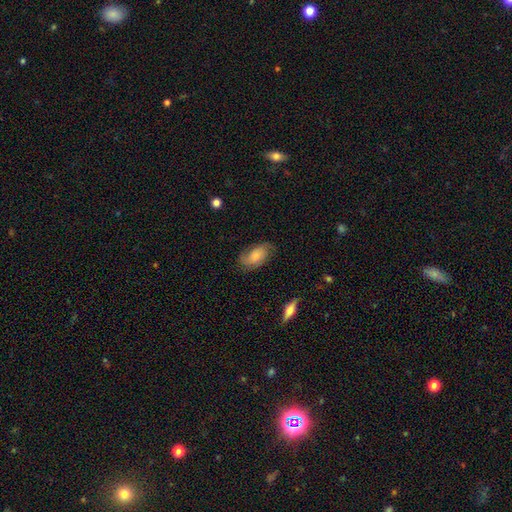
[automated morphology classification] This appears to be a smooth galaxy with no disk features (53%) that is in between round and cigar-shaped (91%). Merging: none (68%).